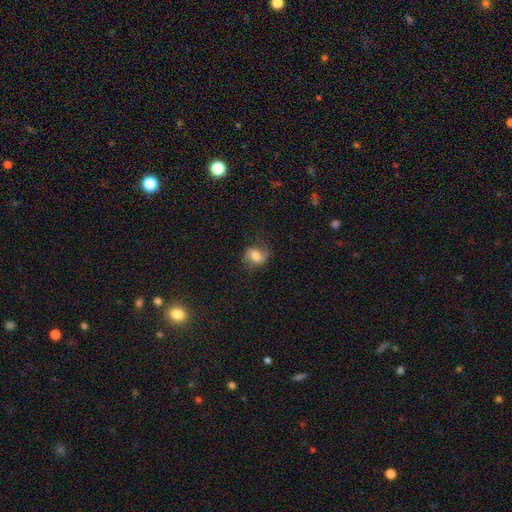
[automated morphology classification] Smooth or featured? Predicted: smooth (p=0.45, tied with featured or disk). Merging? Predicted: none (p=0.67).